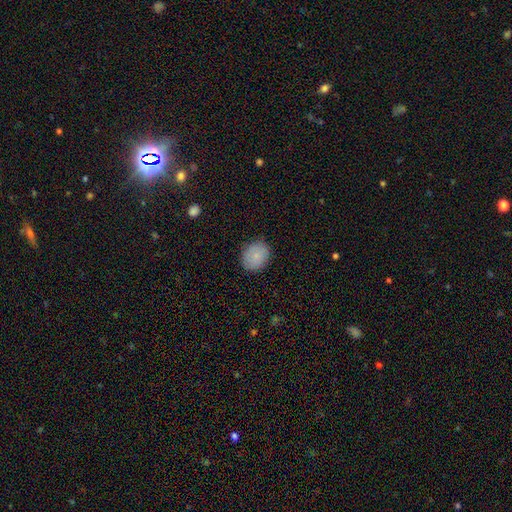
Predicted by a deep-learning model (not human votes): A smooth galaxy with no disk features (84%) that is round (52%).

Vote fractions:
- Smooth or featured? smooth: 84% / featured or disk: 9% / star or artifact: 7%
- How rounded? round: 52% / in between: 47% / cigar-shaped: 1%
- Merging? none: 87% / minor disturbance: 10% / major disturbance: 2% / merger: 1%